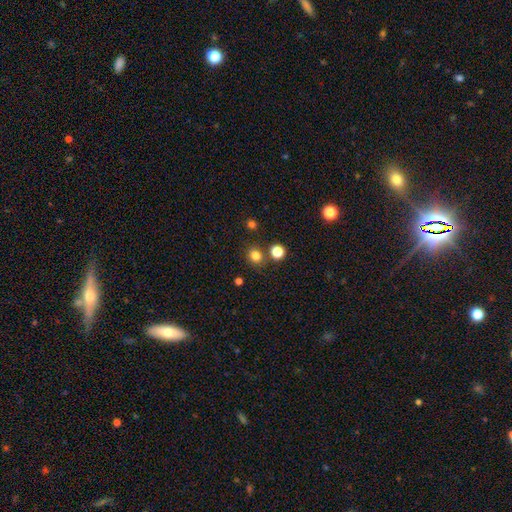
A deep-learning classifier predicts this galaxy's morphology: This is clearly a smooth galaxy (80%). How rounded: likely round (78%). Merging: likely none (80%).